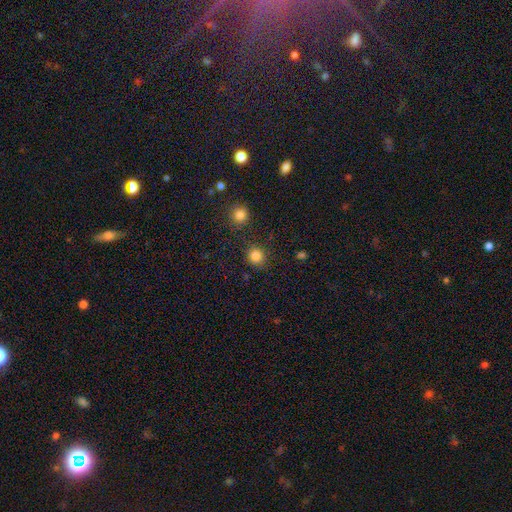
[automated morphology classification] A smooth galaxy with no disk features (84%) that is round (92%).

Vote fractions:
- Smooth or featured? smooth: 84% / star or artifact: 12% / featured or disk: 4%
- How rounded? round: 92% / in between: 7% / cigar-shaped: 1%
- Merging? none: 86% / minor disturbance: 7% / merger: 4% / major disturbance: 3%